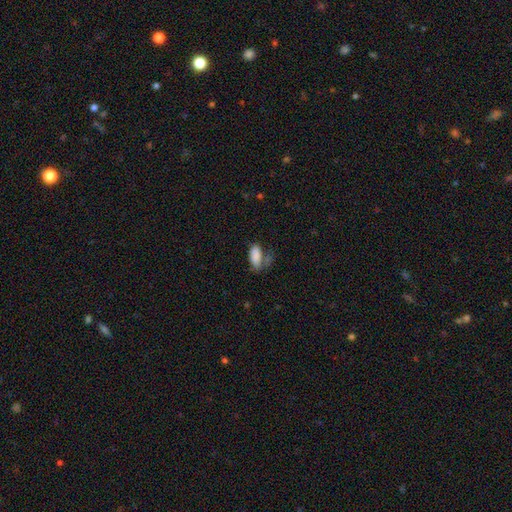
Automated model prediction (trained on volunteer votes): smooth 85%, star or artifact 9%, featured or disk 7%. Down the decision tree: how rounded — in between (89%); merging — none (44%).